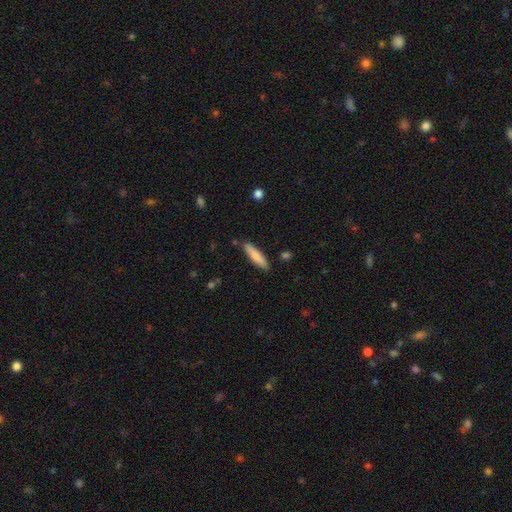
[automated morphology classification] Overall: smooth (78%). How rounded: cigar-shaped (80%). Merging: none (85%).